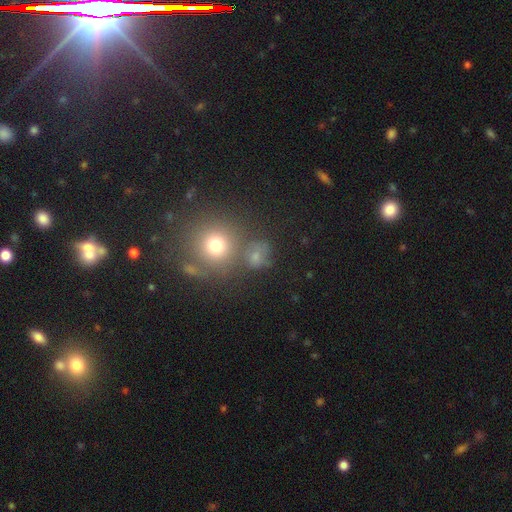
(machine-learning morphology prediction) Smooth or featured: smooth — 56% (star or artifact — 29%)
How rounded: round — 83% (in between — 16%)
Merging: none — 63% (merger — 19%)